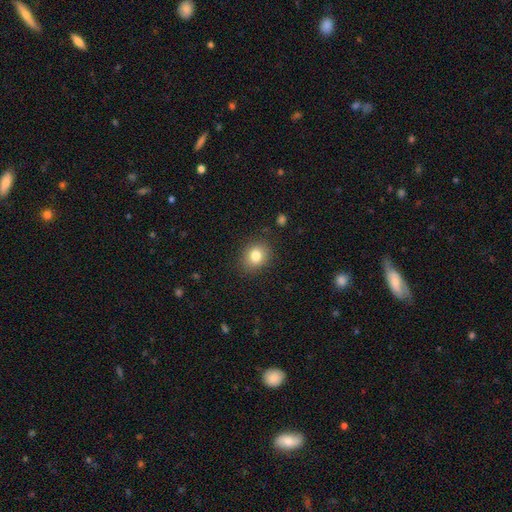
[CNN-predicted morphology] type=smooth (81%); roundness=round (60%); merging=none (86%).